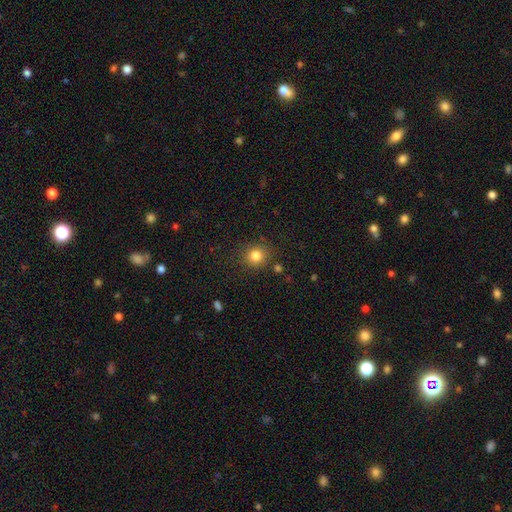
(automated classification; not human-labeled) This appears to be a smooth galaxy with no disk features (83%) that is round (88%). Merging: none (85%).